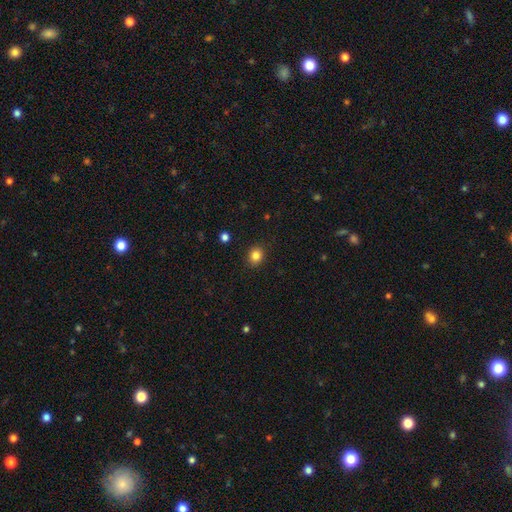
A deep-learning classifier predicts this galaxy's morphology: Smooth or featured: smooth — 84% (star or artifact — 11%)
How rounded: round — 74% (in between — 25%)
Merging: none — 90% (minor disturbance — 7%)